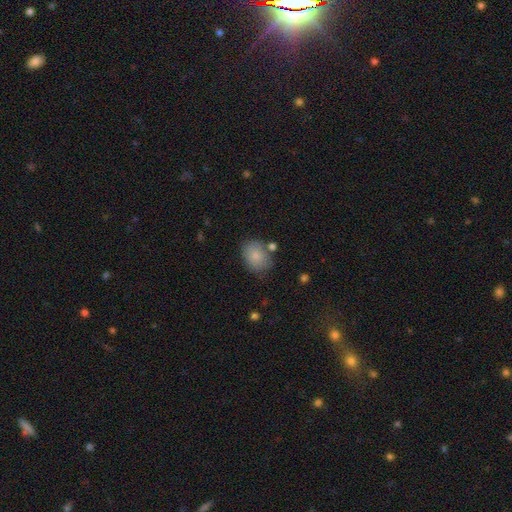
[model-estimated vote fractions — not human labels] Morphology: type=smooth (82%); roundness=in between (56%); merging=none (69%).